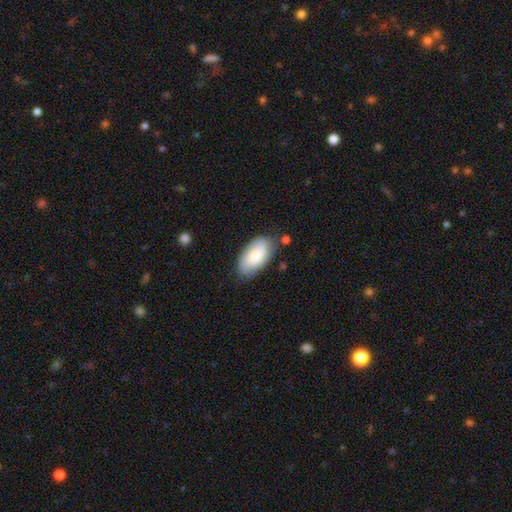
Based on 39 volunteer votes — smooth_or_featured: smooth (p=0.90) [alt: featured or disk p=0.10]
how_rounded: in between (p=0.89) [alt: round p=0.09]
merging: none (p=0.74) [alt: minor disturbance p=0.18]